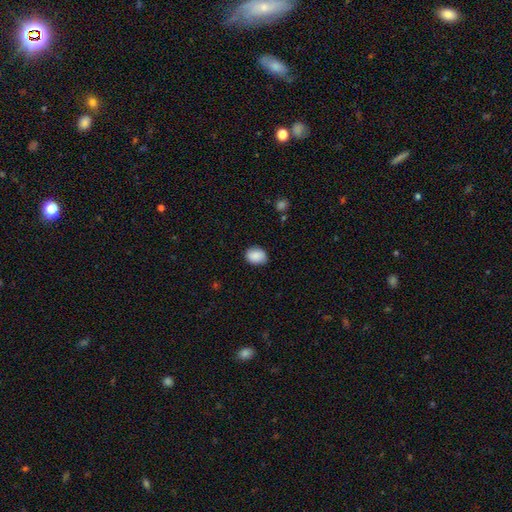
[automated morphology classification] Smooth or featured?
  - smooth: 87% *
  - star or artifact: 7%
  - featured or disk: 6%
How rounded?
  - in between: 57% *
  - round: 42%
  - cigar-shaped: 1%
Merging?
  - none: 81% *
  - minor disturbance: 15%
  - major disturbance: 3%
  - merger: 1%